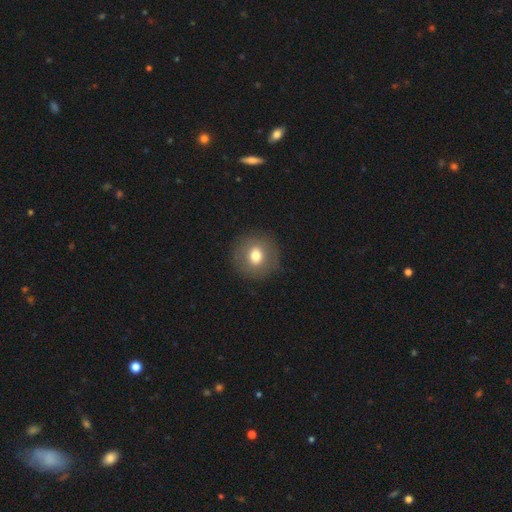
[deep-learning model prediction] smooth_or_featured: smooth (p=0.71) [alt: featured or disk p=0.19]
how_rounded: round (p=0.89) [alt: in between p=0.10]
merging: none (p=0.89) [alt: minor disturbance p=0.07]